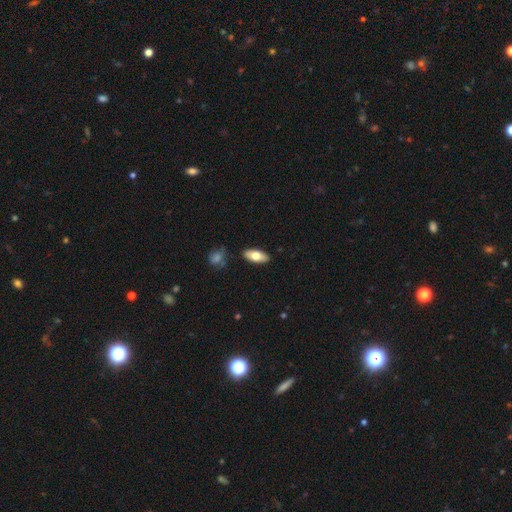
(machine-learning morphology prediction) Smooth or featured? smooth (71%)
How rounded? in between (86%)
Merging? none (86%)